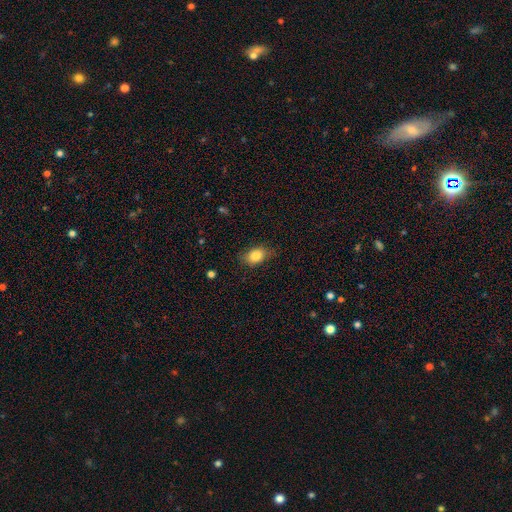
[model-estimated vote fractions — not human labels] This appears to be a smooth galaxy with no disk features (83%) that is in between round and cigar-shaped (78%). Merging: none (75%).